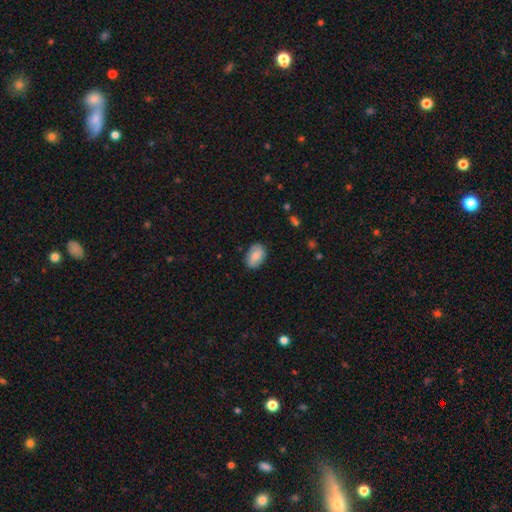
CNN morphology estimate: The model was most divided on "merging": none: 83%, minor disturbance: 14%, major disturbance: 3%, merger: 1%. More confident: how rounded — in between (89%); smooth or featured — smooth (83%).